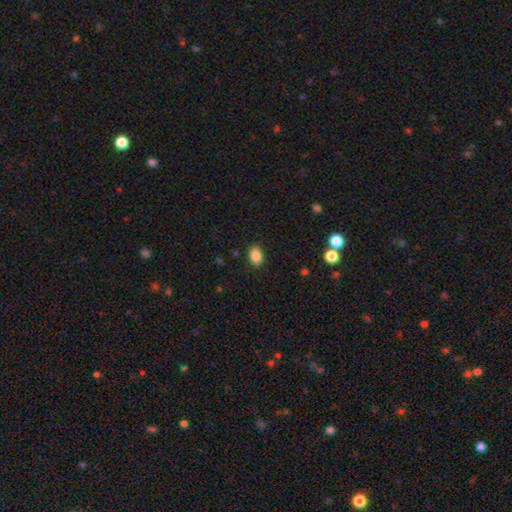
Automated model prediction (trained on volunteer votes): Smooth or featured?
  - smooth: 87% *
  - star or artifact: 9%
  - featured or disk: 4%
How rounded?
  - in between: 83% *
  - round: 15%
  - cigar-shaped: 1%
Merging?
  - none: 88% *
  - minor disturbance: 8%
  - major disturbance: 2%
  - merger: 1%